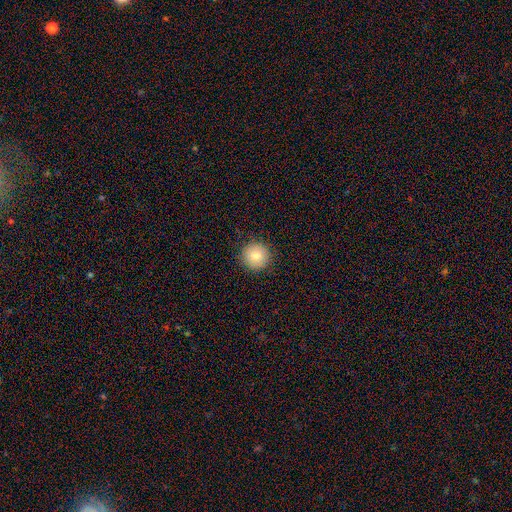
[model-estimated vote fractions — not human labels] Smooth or featured? smooth (80%)
How rounded? round (95%)
Merging? none (91%)